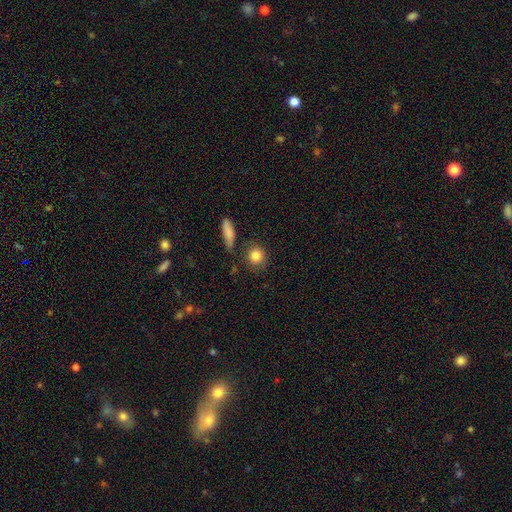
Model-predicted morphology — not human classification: smooth_or_featured: smooth (p=0.85) [alt: star or artifact p=0.08]
how_rounded: round (p=0.84) [alt: in between p=0.14]
merging: none (p=0.81) [alt: minor disturbance p=0.10]